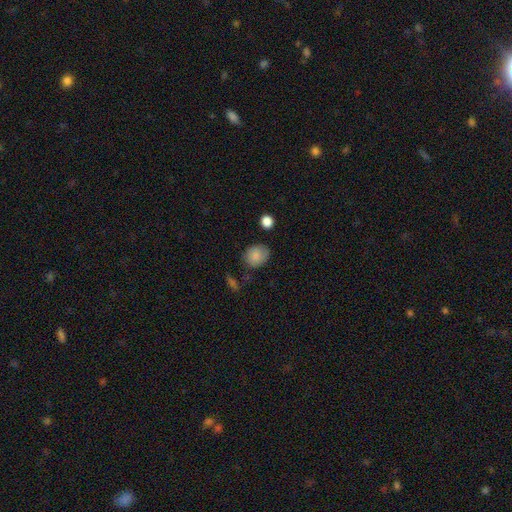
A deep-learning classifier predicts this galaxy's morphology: smooth-or-featured: smooth: 86% | star or artifact: 8% | featured or disk: 5%
  how-rounded: round: 56% | in between: 43% | cigar-shaped: 1%
  merging: none: 74% | minor disturbance: 18% | major disturbance: 4% | merger: 3%